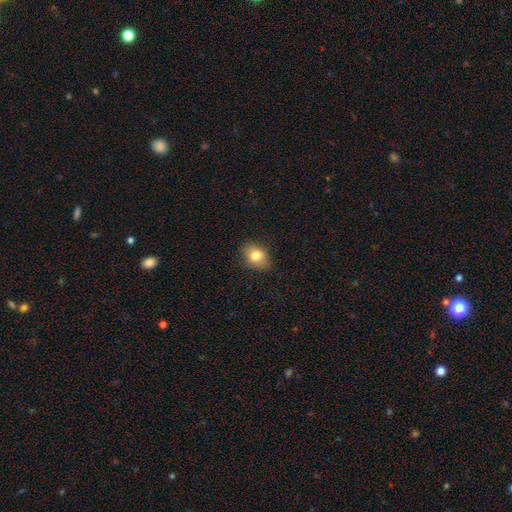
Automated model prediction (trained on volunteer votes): Smooth or featured: smooth — 80% (featured or disk — 10%)
How rounded: in between — 64% (round — 35%)
Merging: none — 83% (minor disturbance — 13%)